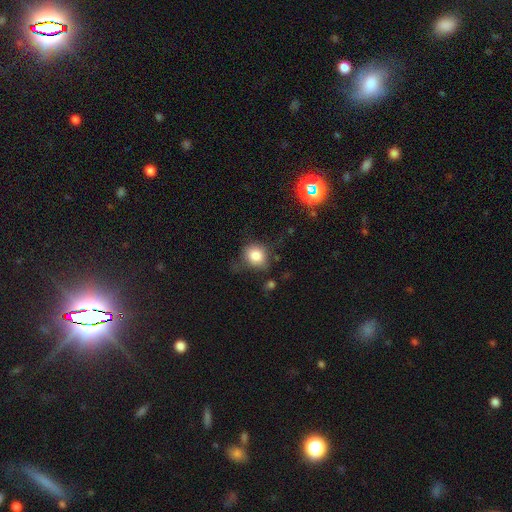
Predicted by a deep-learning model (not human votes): A smooth galaxy with no disk features (80%) that is round (73%).

Vote fractions:
- Smooth or featured? smooth: 80% / star or artifact: 11% / featured or disk: 9%
- How rounded? round: 73% / in between: 26% / cigar-shaped: 1%
- Merging? none: 65% / minor disturbance: 23% / major disturbance: 9% / merger: 3%